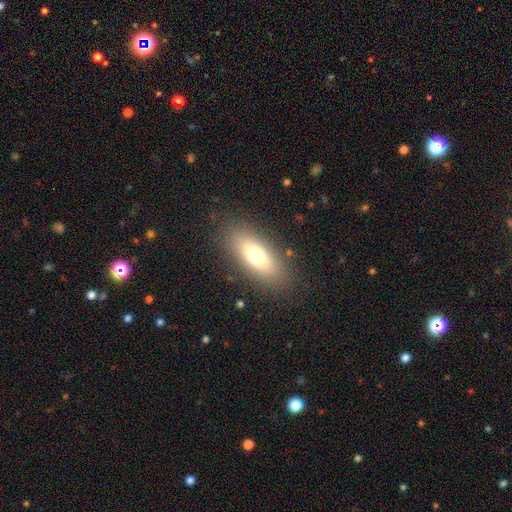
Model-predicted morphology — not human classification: type=smooth (72%); roundness=in between (76%); merging=none (84%).